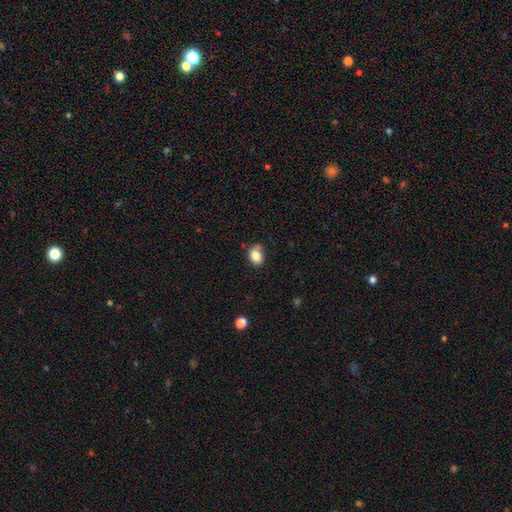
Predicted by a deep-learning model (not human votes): Q: Smooth or featured?
A: smooth (84%); runner-up: star or artifact (9%)
Q: How rounded?
A: in between (60%); runner-up: round (39%)
Q: Merging?
A: none (72%); runner-up: minor disturbance (21%)